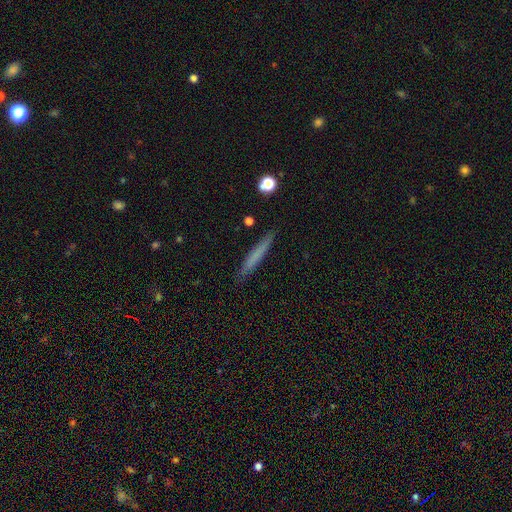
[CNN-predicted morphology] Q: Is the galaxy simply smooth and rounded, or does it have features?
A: smooth — 66%.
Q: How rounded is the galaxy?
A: cigar-shaped — 96%.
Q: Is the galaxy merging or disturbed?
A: none — 88%.